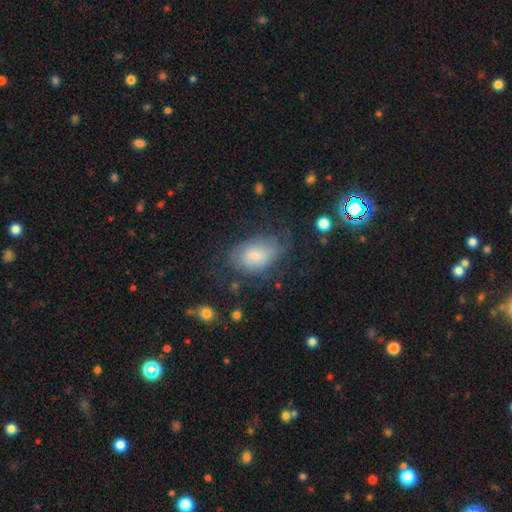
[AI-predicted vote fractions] Morphology: type=smooth (53%); roundness=in between (87%); merging=none (52%).